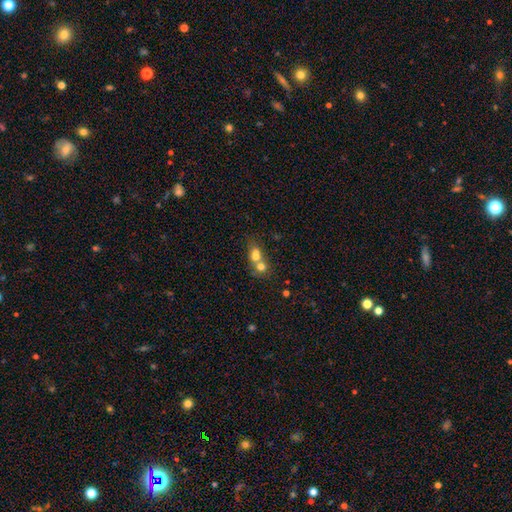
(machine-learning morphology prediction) Smooth or featured?
  - smooth: 68% *
  - featured or disk: 19%
  - star or artifact: 12%
How rounded?
  - round: 64% *
  - in between: 35%
  - cigar-shaped: 2%
Merging?
  - merger: 69% *
  - none: 23%
  - minor disturbance: 5%
  - major disturbance: 3%